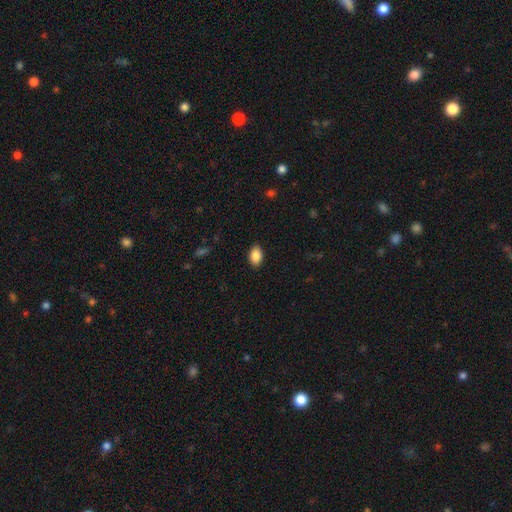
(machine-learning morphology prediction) A smooth galaxy with no disk features (88%) that is in between round and cigar-shaped (89%).

Vote fractions:
- Smooth or featured? smooth: 88% / star or artifact: 7% / featured or disk: 4%
- How rounded? in between: 89% / round: 10% / cigar-shaped: 1%
- Merging? none: 89% / minor disturbance: 8% / major disturbance: 2% / merger: 1%